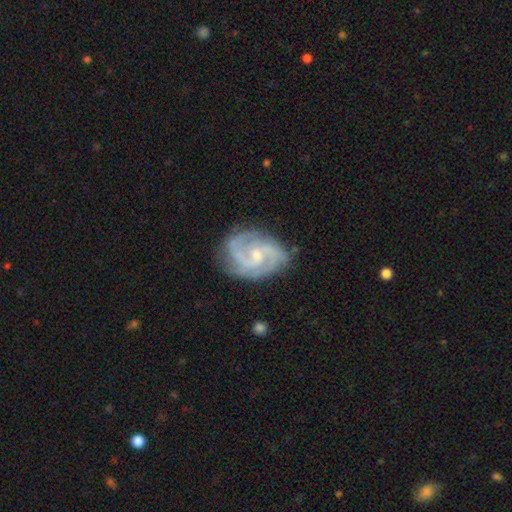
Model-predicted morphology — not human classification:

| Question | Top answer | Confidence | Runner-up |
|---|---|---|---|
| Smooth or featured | featured or disk | 88% | smooth (7%) |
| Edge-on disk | no | 98% | yes (2%) |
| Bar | no | 50% | weak (42%) |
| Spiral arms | yes | 97% | no (3%) |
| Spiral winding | medium | 51% | tight (36%) |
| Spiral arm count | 2 | 47% | 3 (31%) |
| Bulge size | small | 55% | moderate (40%) |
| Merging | none | 74% | minor disturbance (19%) |